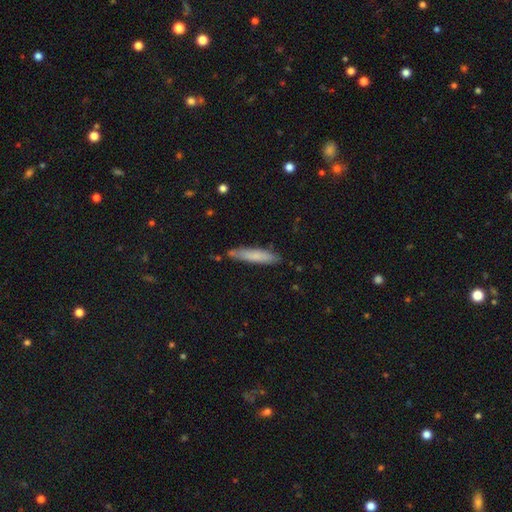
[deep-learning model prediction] Overall: smooth (74%). How rounded: cigar-shaped (88%). Merging: none (79%).